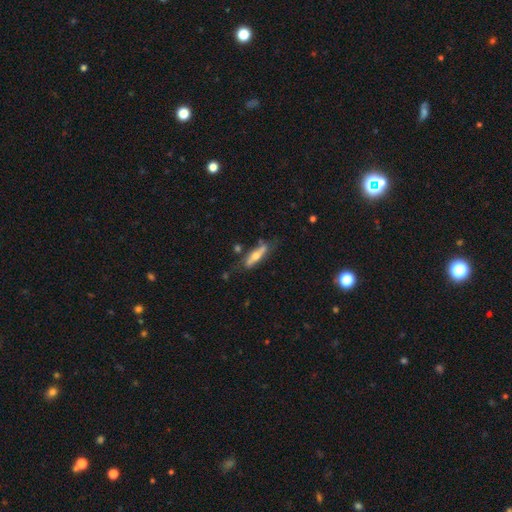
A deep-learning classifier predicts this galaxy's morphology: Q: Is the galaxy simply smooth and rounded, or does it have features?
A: featured or disk — 51%.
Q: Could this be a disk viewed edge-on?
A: yes — 73%.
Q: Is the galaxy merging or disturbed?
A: none — 65%.